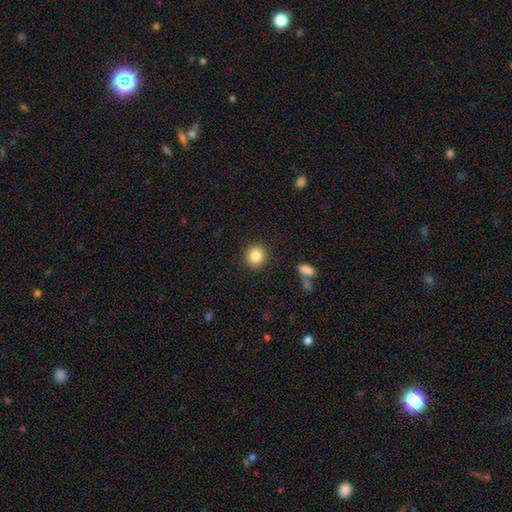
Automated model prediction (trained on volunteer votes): A smooth galaxy with no disk features (85%) that is round (90%).

Vote fractions:
- Smooth or featured? smooth: 85% / star or artifact: 10% / featured or disk: 6%
- How rounded? round: 90% / in between: 9% / cigar-shaped: 1%
- Merging? none: 90% / minor disturbance: 6% / major disturbance: 2% / merger: 2%